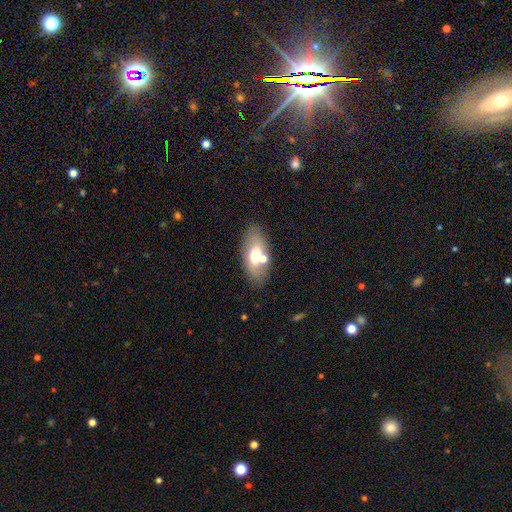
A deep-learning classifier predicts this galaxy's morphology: A smooth galaxy with no disk features (59%) that is in between round and cigar-shaped (88%). Merging: none (69%).